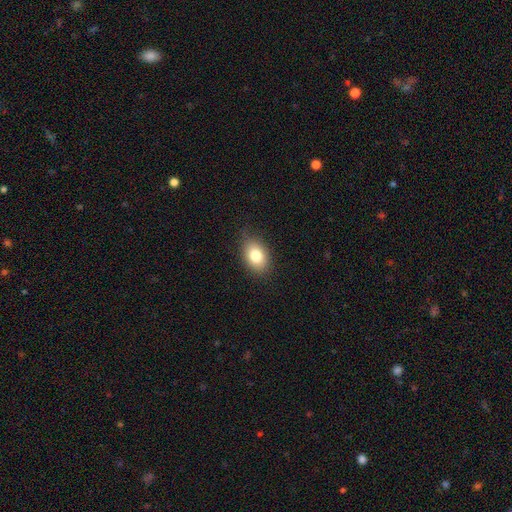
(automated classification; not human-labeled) The model was most divided on "how rounded": in between: 82%, round: 17%, cigar-shaped: 1%. More confident: smooth or featured — smooth (82%); merging — none (82%).